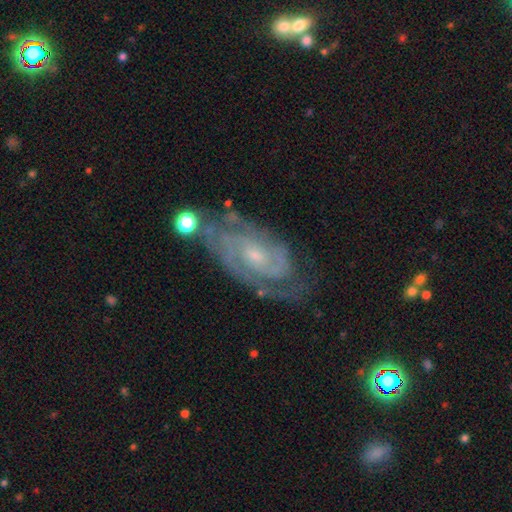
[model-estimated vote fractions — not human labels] A featured or disk galaxy (88%) with no bar (60%), 2 (52%) tight (66%) spiral arms (97%) and a small central bulge (70%). Merging: none (67%).